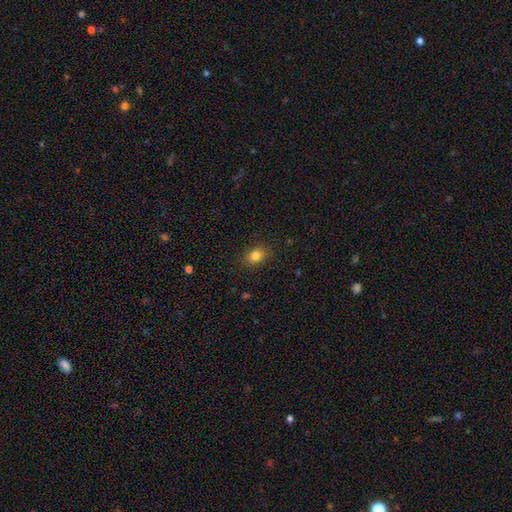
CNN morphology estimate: type=smooth (83%); roundness=in between (55%); merging=none (87%).